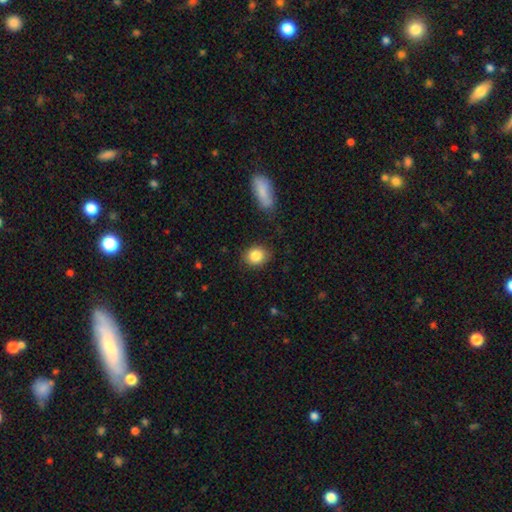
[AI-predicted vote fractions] Q: Smooth or featured?
A: smooth (85%); runner-up: star or artifact (8%)
Q: How rounded?
A: round (64%); runner-up: in between (35%)
Q: Merging?
A: none (84%); runner-up: minor disturbance (11%)